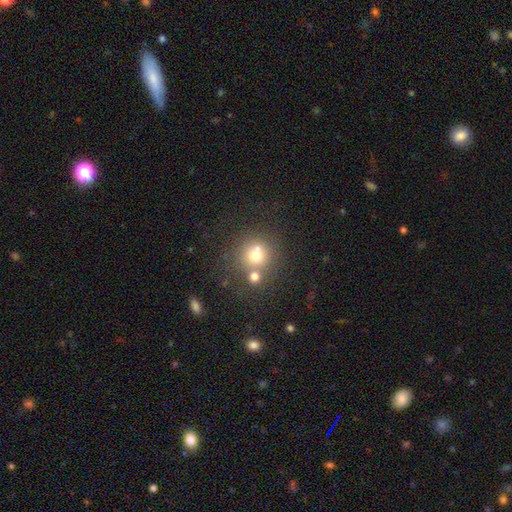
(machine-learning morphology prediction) smooth 69%, featured or disk 16%, star or artifact 16%. Down the decision tree: how rounded — round (89%); merging — none (55%).